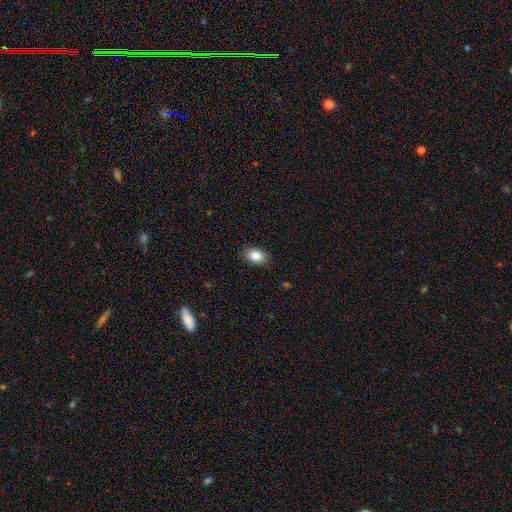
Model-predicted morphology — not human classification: Overall: smooth (85%). How rounded: in between (82%). Merging: none (87%).